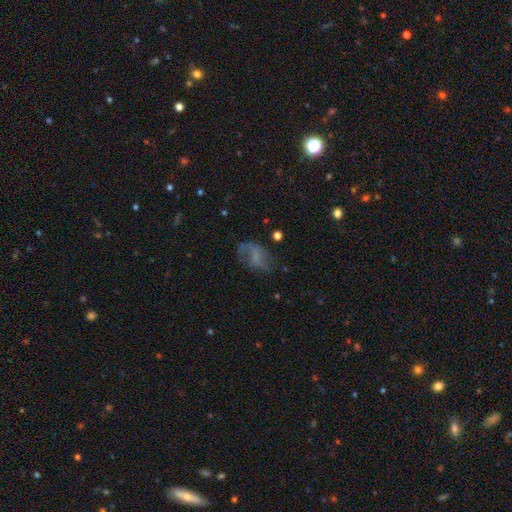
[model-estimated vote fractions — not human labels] Smooth or featured?
  - featured or disk: 47% *
  - smooth: 37%
  - star or artifact: 16%
Merging?
  - none: 46% *
  - major disturbance: 28%
  - minor disturbance: 23%
  - merger: 3%